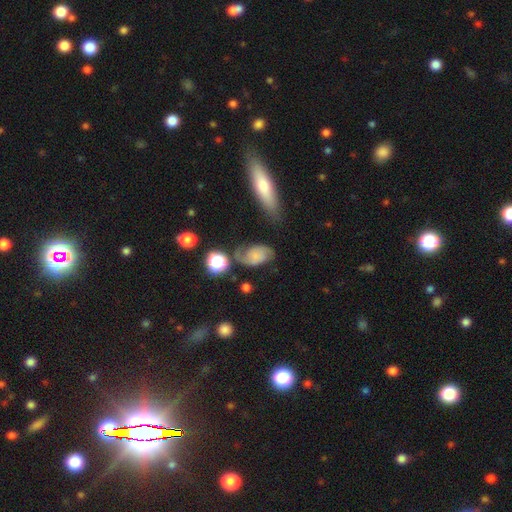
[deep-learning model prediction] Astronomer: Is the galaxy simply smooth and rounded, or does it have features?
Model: featured or disk — 59%.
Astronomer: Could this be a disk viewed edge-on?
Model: no — 96%.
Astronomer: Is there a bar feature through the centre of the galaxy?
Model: no — 69%.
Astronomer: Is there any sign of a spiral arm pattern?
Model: yes — 91%.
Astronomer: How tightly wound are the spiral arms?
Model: medium — 41% (runner-up: loose, 37%).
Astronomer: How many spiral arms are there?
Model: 2 — 82%.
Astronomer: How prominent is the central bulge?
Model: small — 48% (runner-up: none, 32%).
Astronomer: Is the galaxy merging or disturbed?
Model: none — 51%.